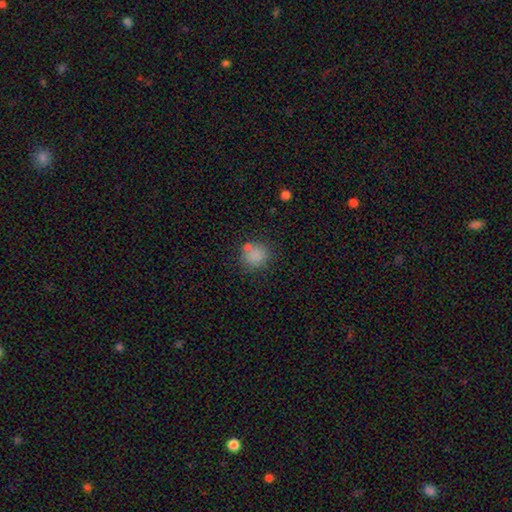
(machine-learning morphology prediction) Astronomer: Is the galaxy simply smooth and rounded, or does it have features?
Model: smooth — 82%.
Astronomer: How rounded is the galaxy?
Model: round — 83%.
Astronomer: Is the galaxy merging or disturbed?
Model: none — 70%.